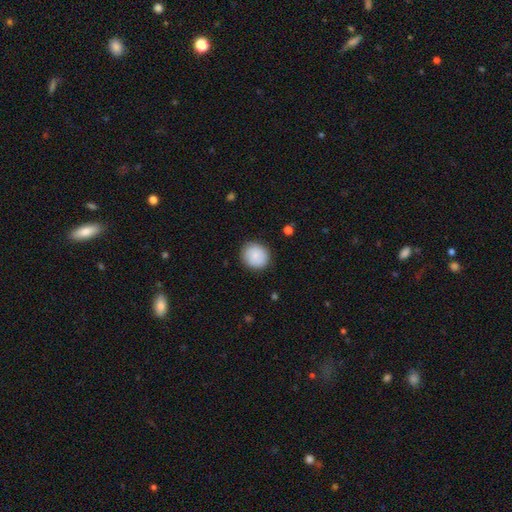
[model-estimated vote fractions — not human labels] Q: Smooth or featured?
A: smooth (82%); runner-up: featured or disk (11%)
Q: How rounded?
A: round (87%); runner-up: in between (12%)
Q: Merging?
A: none (87%); runner-up: minor disturbance (9%)